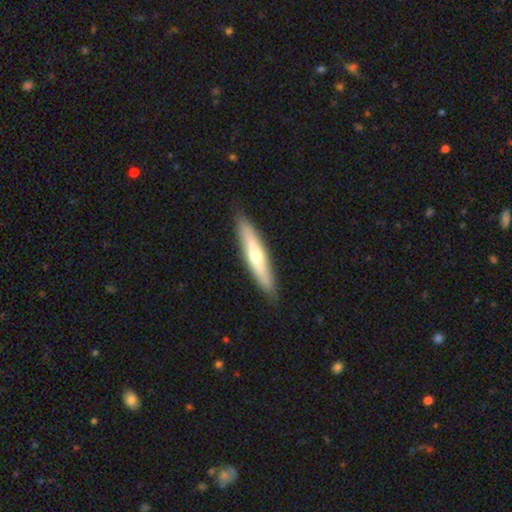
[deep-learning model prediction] Smooth or featured: smooth — 48% (featured or disk — 47%)
Merging: none — 88% (minor disturbance — 9%)